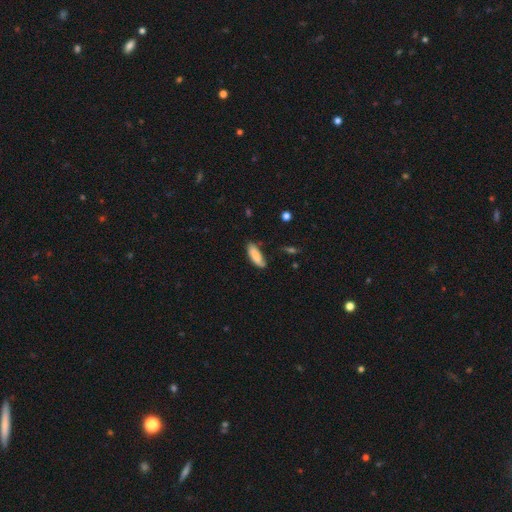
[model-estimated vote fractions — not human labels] smooth-or-featured: smooth: 80% | featured or disk: 14% | star or artifact: 6%
  how-rounded: in between: 64% | cigar-shaped: 35% | round: 2%
  merging: none: 71% | minor disturbance: 22% | major disturbance: 4% | merger: 2%